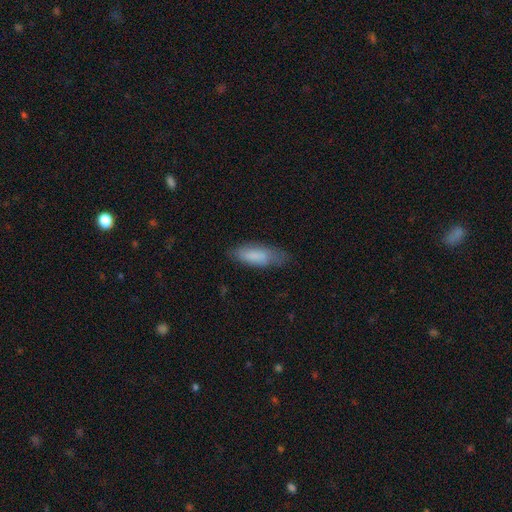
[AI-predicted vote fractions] smooth_or_featured: smooth (p=0.81) [alt: featured or disk p=0.13]
how_rounded: in between (p=0.65) [alt: cigar-shaped p=0.34]
merging: none (p=0.68) [alt: minor disturbance p=0.24]